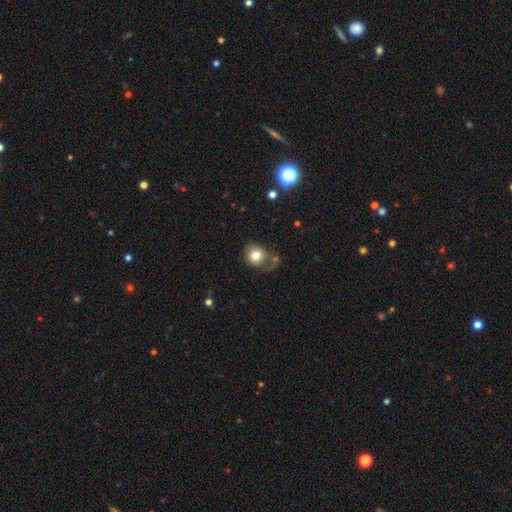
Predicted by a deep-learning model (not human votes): A smooth galaxy with no disk features (78%) that is round (78%). Merging: none (54%).